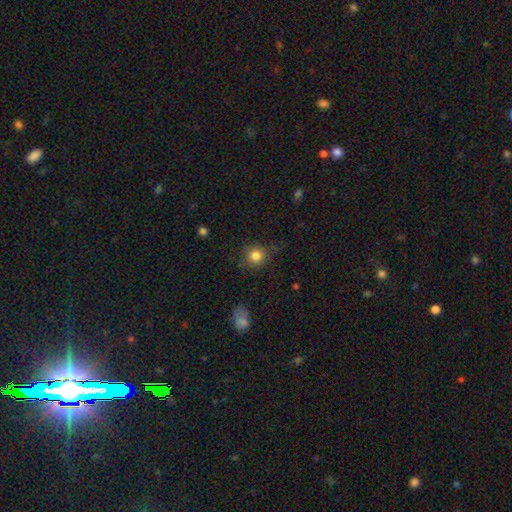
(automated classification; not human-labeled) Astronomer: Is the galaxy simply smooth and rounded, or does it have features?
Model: smooth — 83%.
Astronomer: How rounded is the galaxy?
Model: round — 88%.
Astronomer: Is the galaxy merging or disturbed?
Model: none — 79%.